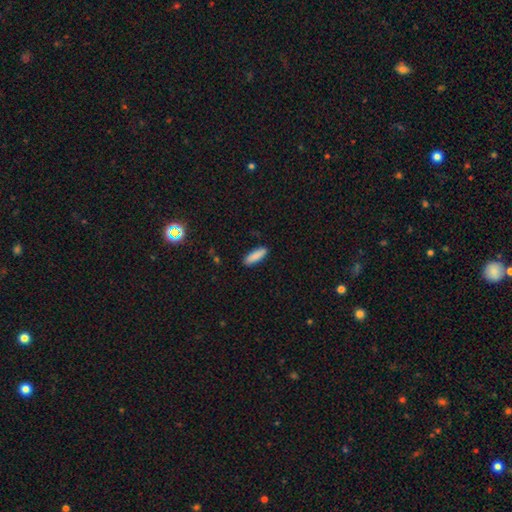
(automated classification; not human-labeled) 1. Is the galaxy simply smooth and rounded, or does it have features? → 88% smooth, 6% star or artifact, 6% featured or disk.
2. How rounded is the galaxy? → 50% in between, 48% cigar-shaped, 2% round.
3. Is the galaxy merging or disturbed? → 89% none, 8% minor disturbance, 2% major disturbance, 1% merger.